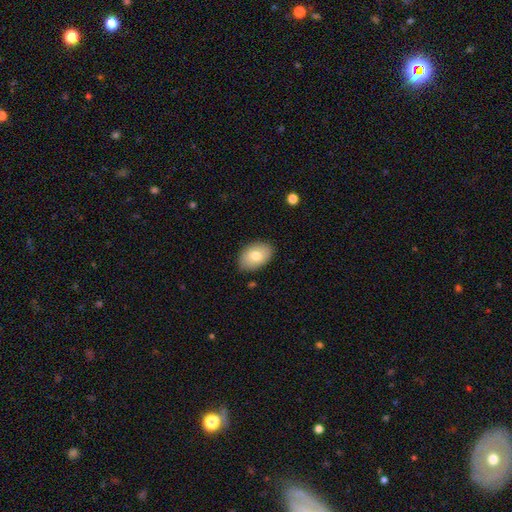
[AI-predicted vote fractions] smooth_or_featured: smooth (p=0.77) [alt: featured or disk p=0.16]
how_rounded: in between (p=0.87) [alt: round p=0.12]
merging: none (p=0.84) [alt: minor disturbance p=0.13]